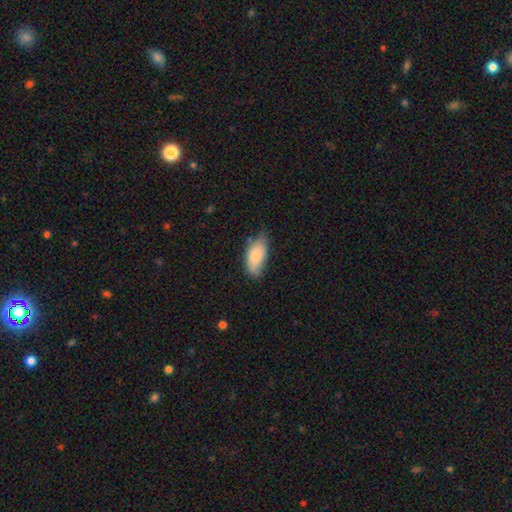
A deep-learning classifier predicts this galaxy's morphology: Smooth or featured: smooth — 82% (featured or disk — 11%)
How rounded: in between — 92% (cigar-shaped — 6%)
Merging: none — 53% (minor disturbance — 38%)